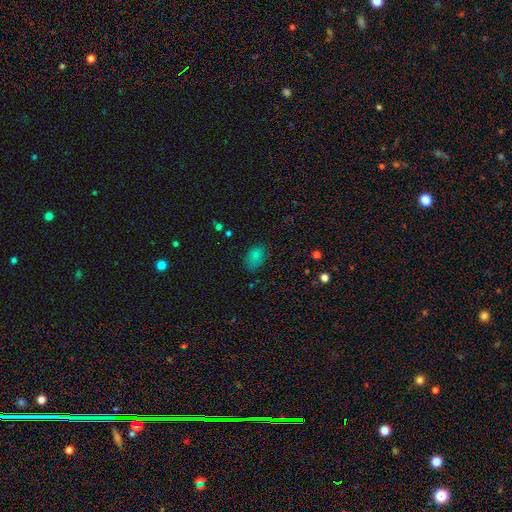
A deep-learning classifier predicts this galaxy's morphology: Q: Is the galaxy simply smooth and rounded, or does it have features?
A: smooth — 80%.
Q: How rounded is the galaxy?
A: in between — 87%.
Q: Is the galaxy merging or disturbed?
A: none — 73%.